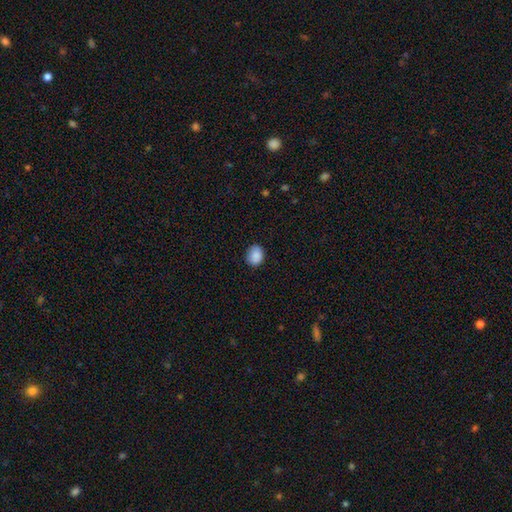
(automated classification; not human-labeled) Smooth or featured: smooth — 88% (star or artifact — 8%)
How rounded: round — 51% (in between — 48%)
Merging: none — 81% (minor disturbance — 15%)